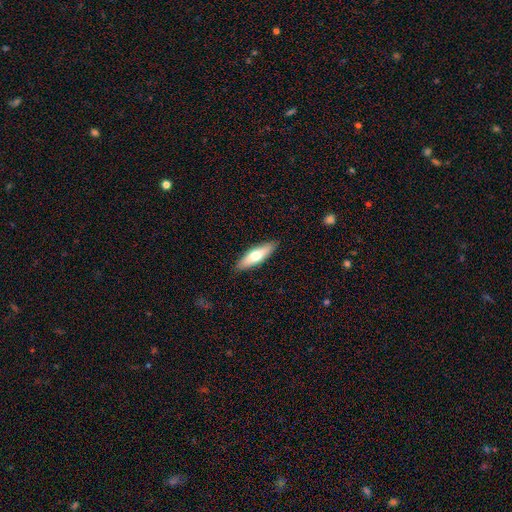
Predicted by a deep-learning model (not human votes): smooth 63%, featured or disk 32%, star or artifact 6%. Down the decision tree: how rounded — cigar-shaped (58%); merging — none (88%).